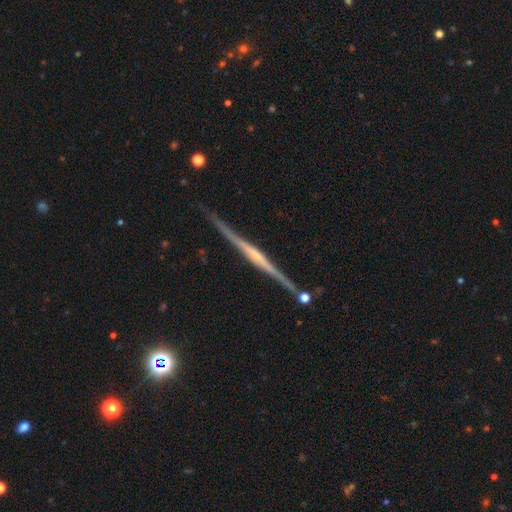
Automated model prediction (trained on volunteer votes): Overall: featured or disk (83%). Edge-on disk: yes (98%). Edge-on bulge: rounded (56%; none 31%). Merging: none (86%).